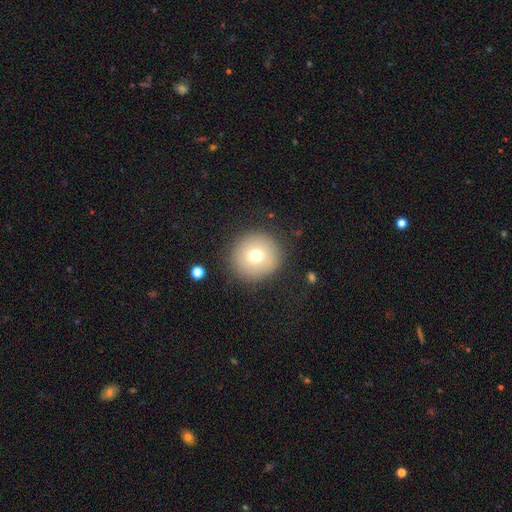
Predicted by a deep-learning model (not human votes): Smooth or featured? smooth (72%)
How rounded? round (95%)
Merging? none (88%)